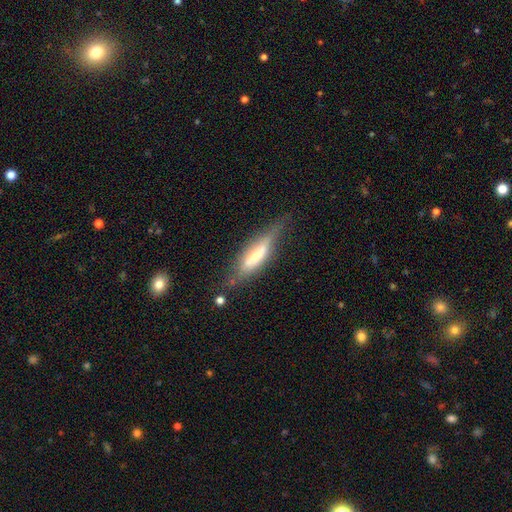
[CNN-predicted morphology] The model was most divided on "smooth or featured": featured or disk: 52%, smooth: 41%, star or artifact: 7%. More confident: edge-on disk — yes (83%); merging — none (62%).